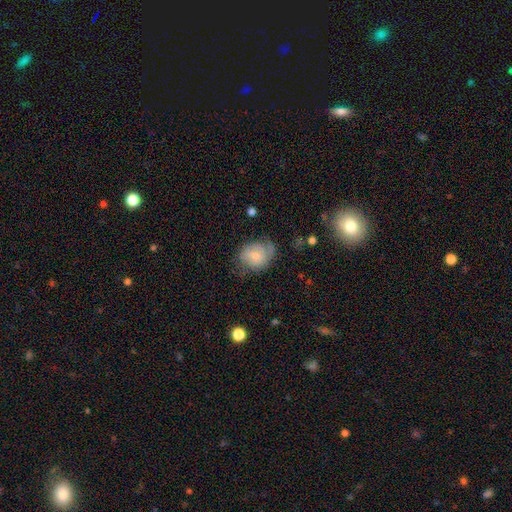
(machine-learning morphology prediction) Smooth or featured: smooth — 54% (featured or disk — 39%)
How rounded: round — 51% (in between — 48%)
Merging: none — 49% (minor disturbance — 31%)